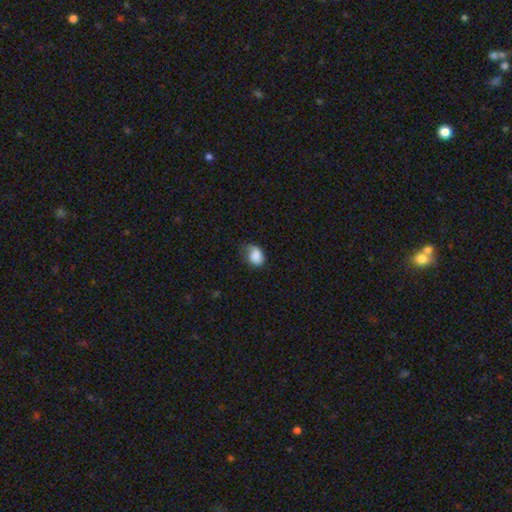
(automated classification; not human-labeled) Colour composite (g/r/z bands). It shows a smooth galaxy with no disk features (84%) that is in between round and cigar-shaped (72%). Merging: none (44%).